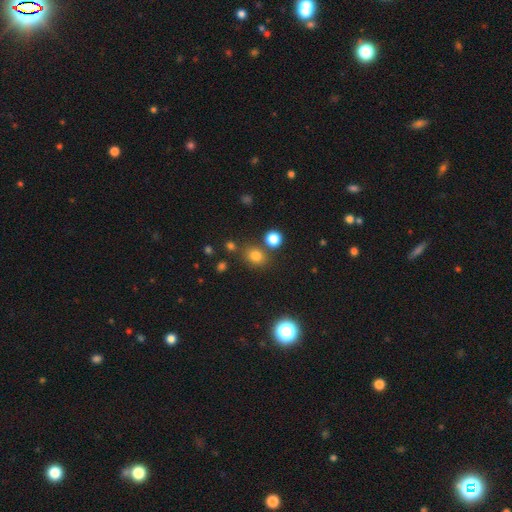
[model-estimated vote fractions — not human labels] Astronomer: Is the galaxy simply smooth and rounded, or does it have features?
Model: smooth — 77%.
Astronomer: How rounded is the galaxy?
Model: round — 65%.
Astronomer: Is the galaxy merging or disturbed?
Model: none — 75%.